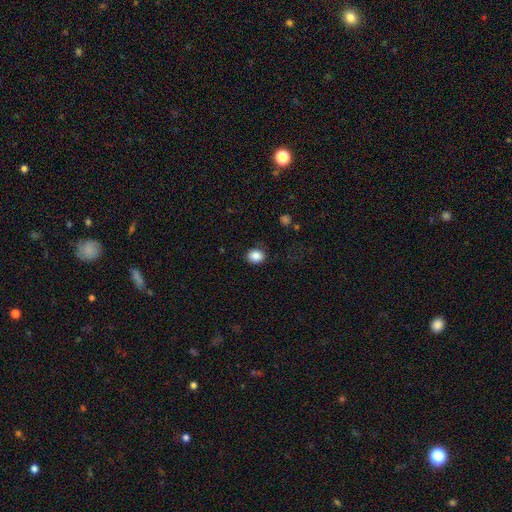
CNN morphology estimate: Smooth or featured: smooth — 87% (star or artifact — 9%)
How rounded: round — 61% (in between — 38%)
Merging: none — 86% (minor disturbance — 10%)